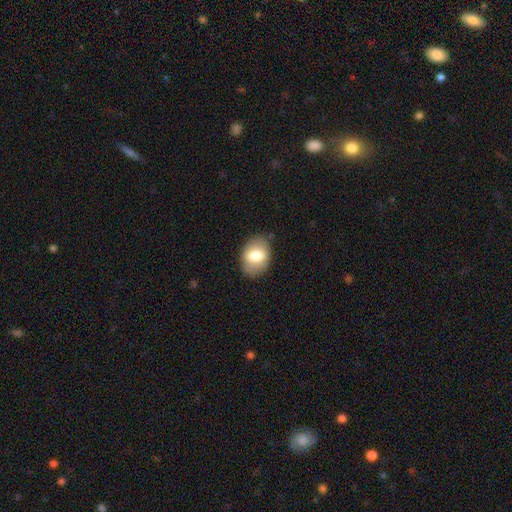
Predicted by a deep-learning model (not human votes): smooth 73%, featured or disk 20%, star or artifact 7%. Down the decision tree: how rounded — in between (74%); merging — none (81%).